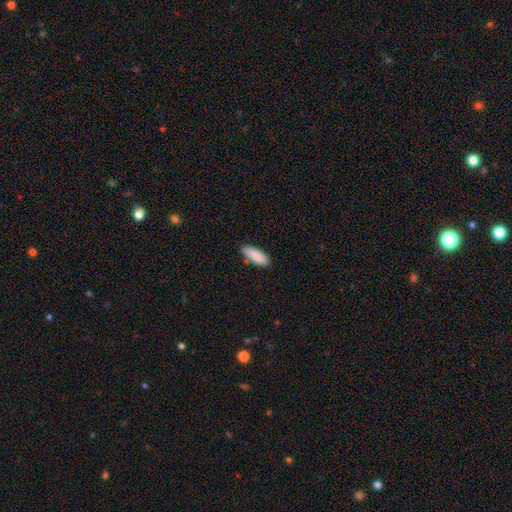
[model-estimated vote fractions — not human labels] Morphology: type=smooth (89%); roundness=in between (57%); merging=none (84%).